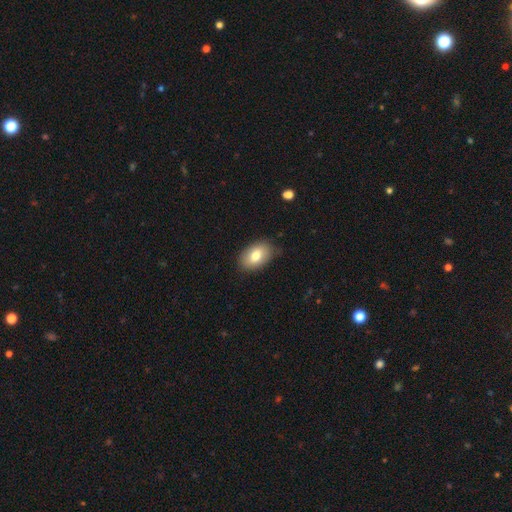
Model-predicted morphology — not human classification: Smooth or featured?
  - smooth: 79% *
  - featured or disk: 13%
  - star or artifact: 7%
How rounded?
  - in between: 90% *
  - round: 9%
  - cigar-shaped: 1%
Merging?
  - none: 83% *
  - minor disturbance: 13%
  - major disturbance: 3%
  - merger: 1%